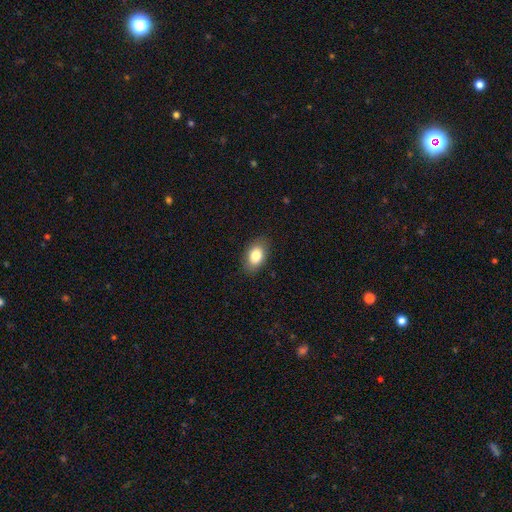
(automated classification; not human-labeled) Smooth or featured?
  - smooth: 81% *
  - featured or disk: 11%
  - star or artifact: 8%
How rounded?
  - in between: 88% *
  - round: 10%
  - cigar-shaped: 2%
Merging?
  - none: 86% *
  - minor disturbance: 10%
  - major disturbance: 3%
  - merger: 1%